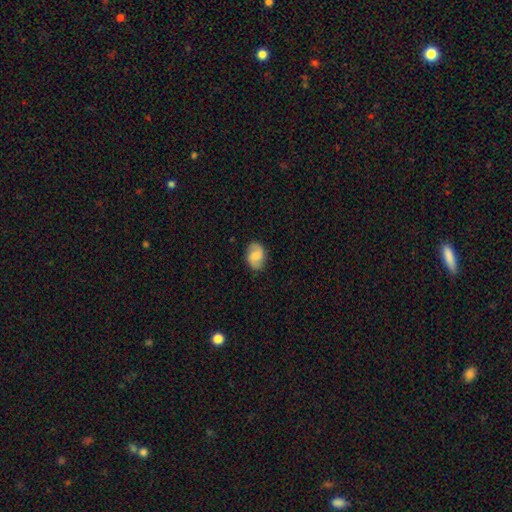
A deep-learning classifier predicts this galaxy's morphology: smooth-or-featured: smooth: 47% | featured or disk: 45% | star or artifact: 8%
  merging: none: 83% | minor disturbance: 13% | major disturbance: 3% | merger: 1%